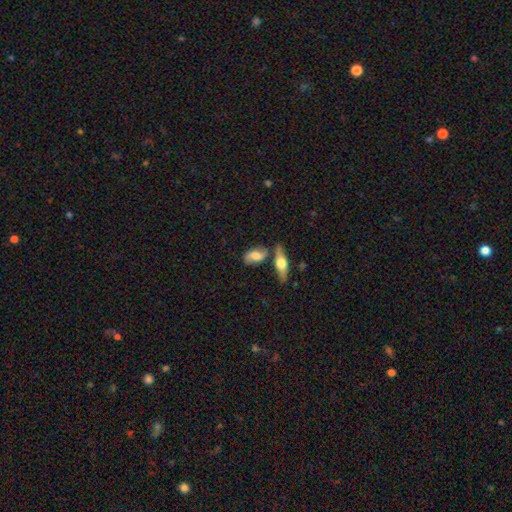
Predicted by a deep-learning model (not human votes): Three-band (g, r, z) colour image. It shows a featured or disk galaxy (54%). Merging: none (60%).